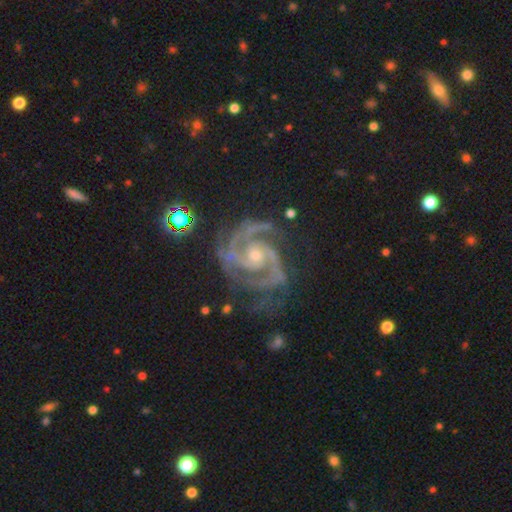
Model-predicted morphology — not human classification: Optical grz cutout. It shows a featured or disk galaxy (92%) with no bar (67%), 2 (56%) tight (55%) spiral arms (98%) and a moderate central bulge (49%). Merging: none (63%).